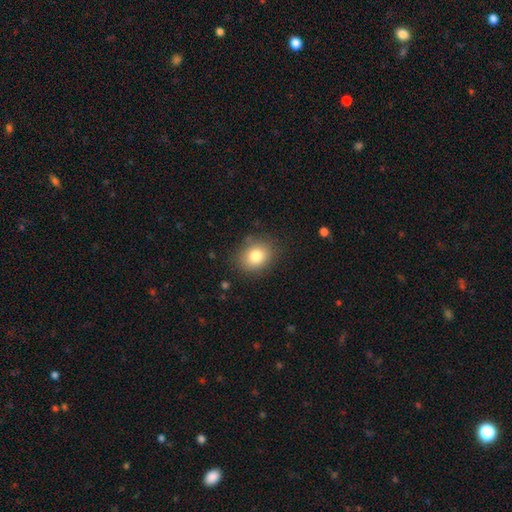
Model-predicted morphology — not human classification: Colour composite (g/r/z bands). It shows a smooth galaxy with no disk features (81%) that is round (58%). Merging: none (84%).